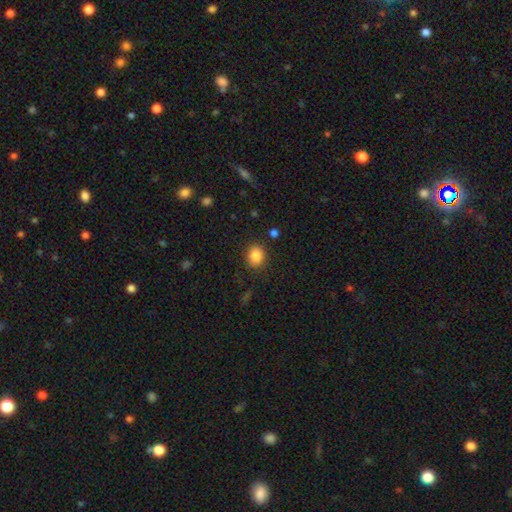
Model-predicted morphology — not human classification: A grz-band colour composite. It shows a smooth galaxy with no disk features (87%) that is round (61%). Merging: none (85%).